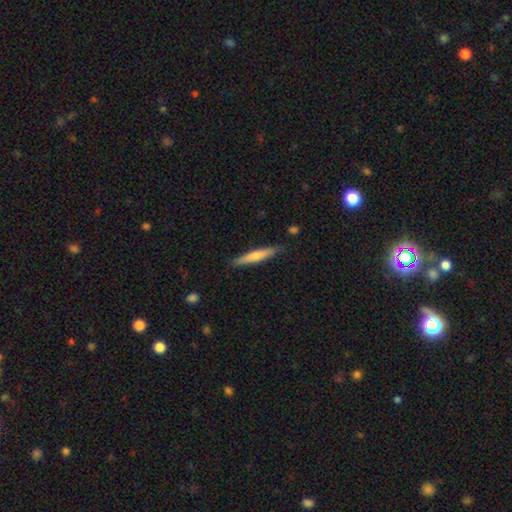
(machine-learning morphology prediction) Smooth or featured? Predicted: smooth (p=0.66). How rounded? Predicted: cigar-shaped (p=0.91). Merging? Predicted: none (p=0.85).